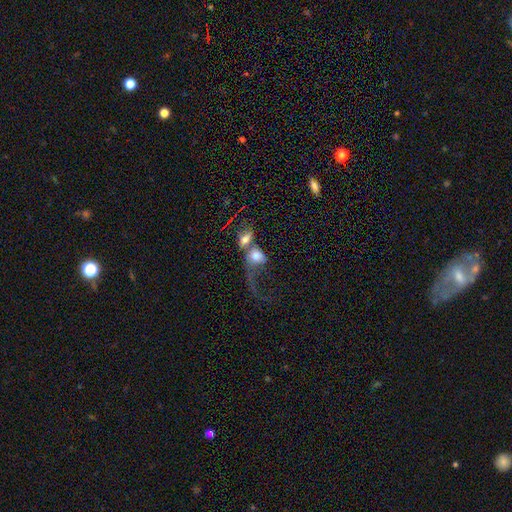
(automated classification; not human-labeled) smooth 56%, featured or disk 34%, star or artifact 10%. Down the decision tree: how rounded — in between (55%); merging — merger (69%).